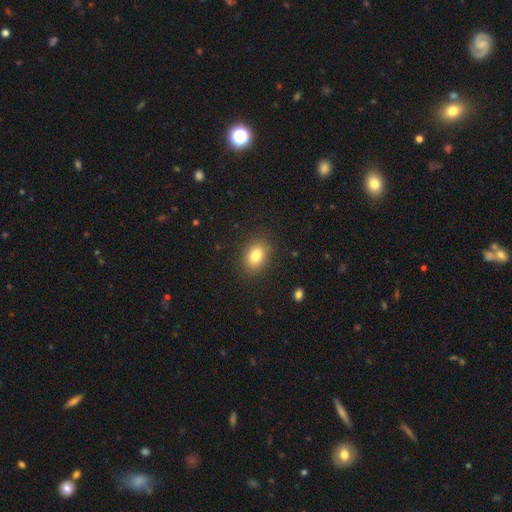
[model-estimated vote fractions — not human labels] A smooth galaxy with no disk features (81%) that is in between round and cigar-shaped (69%).

Vote fractions:
- Smooth or featured? smooth: 81% / star or artifact: 10% / featured or disk: 9%
- How rounded? in between: 69% / round: 30% / cigar-shaped: 1%
- Merging? none: 87% / minor disturbance: 9% / major disturbance: 3% / merger: 1%